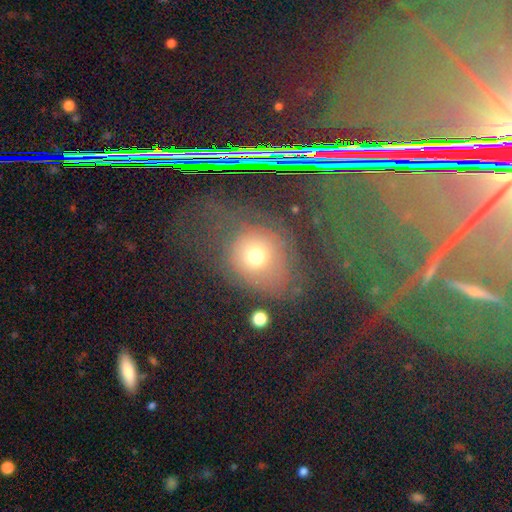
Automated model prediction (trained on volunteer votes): Smooth or featured? Predicted: smooth (p=0.58). How rounded? Predicted: round (p=0.80). Merging? Predicted: none (p=0.49).